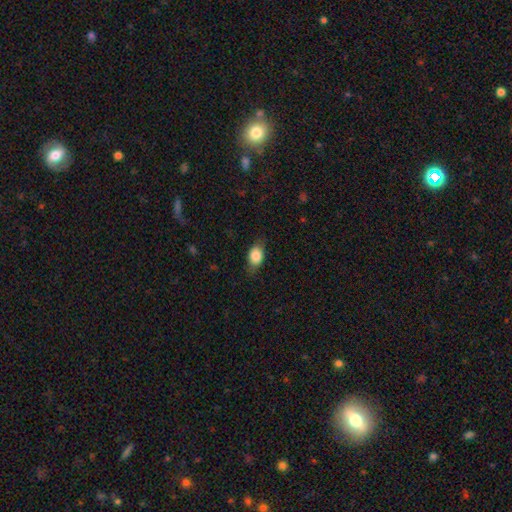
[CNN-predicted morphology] Smooth or featured: smooth — 83% (featured or disk — 10%)
How rounded: in between — 79% (round — 18%)
Merging: none — 75% (minor disturbance — 19%)